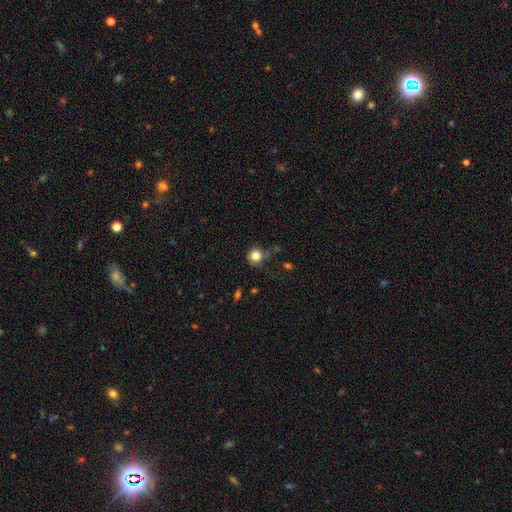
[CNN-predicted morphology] type=smooth (83%); roundness=round (88%); merging=none (62%).